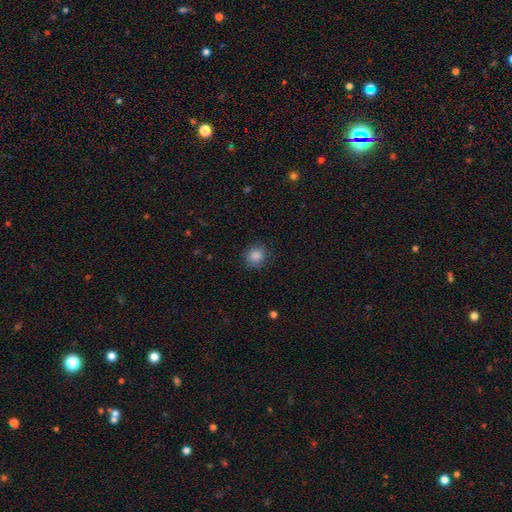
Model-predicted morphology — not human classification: The model was most divided on "how rounded": round: 85%, in between: 15%, cigar-shaped: 1%. More confident: smooth or featured — smooth (86%); merging — none (83%).